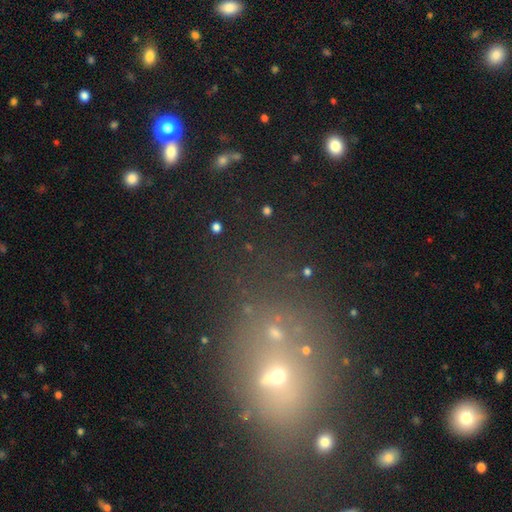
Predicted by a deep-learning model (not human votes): Smooth or featured? star or artifact (49%)